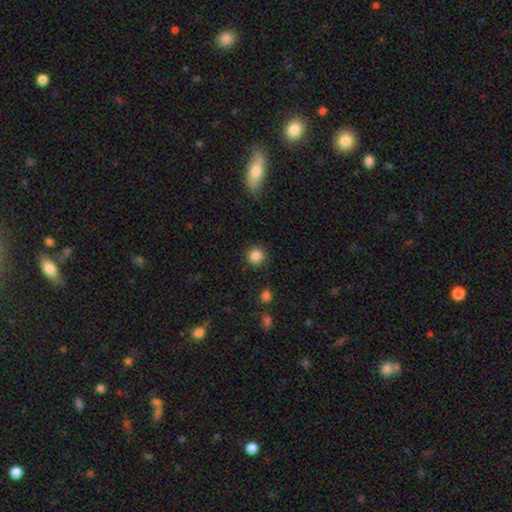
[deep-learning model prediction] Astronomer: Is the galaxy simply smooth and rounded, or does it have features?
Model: smooth — 85%.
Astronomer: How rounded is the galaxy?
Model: round — 94%.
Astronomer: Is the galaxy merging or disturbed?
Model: none — 91%.